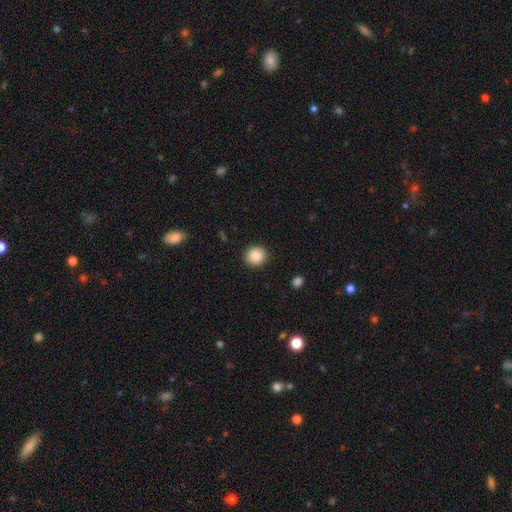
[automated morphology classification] Q: Smooth or featured?
A: smooth (87%); runner-up: star or artifact (9%)
Q: How rounded?
A: round (88%); runner-up: in between (11%)
Q: Merging?
A: none (90%); runner-up: minor disturbance (6%)